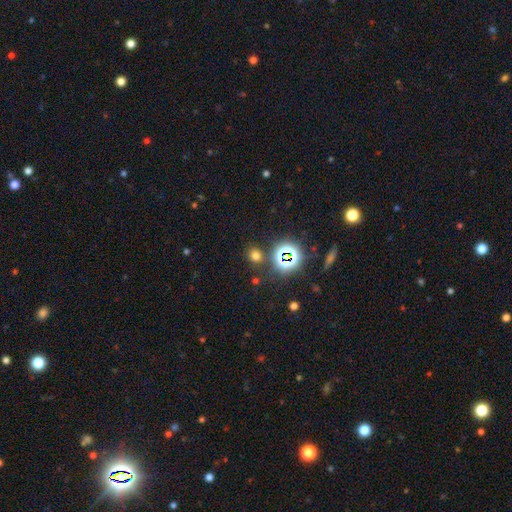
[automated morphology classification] Q: Smooth or featured?
A: smooth (63%); runner-up: star or artifact (31%)
Q: How rounded?
A: round (80%); runner-up: in between (19%)
Q: Merging?
A: none (82%); runner-up: minor disturbance (8%)